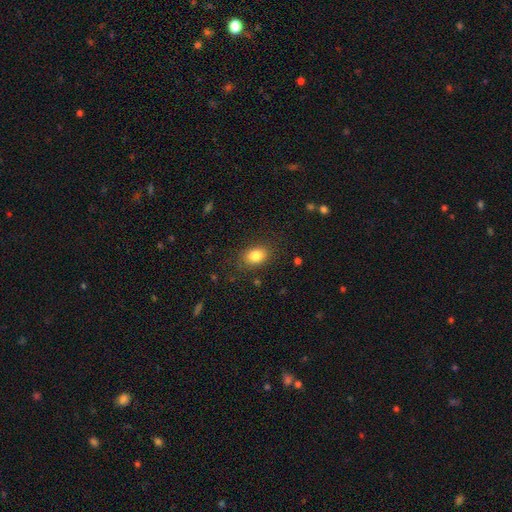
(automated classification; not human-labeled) smooth-or-featured: smooth: 84% | star or artifact: 9% | featured or disk: 7%
  how-rounded: in between: 73% | round: 26% | cigar-shaped: 1%
  merging: none: 82% | minor disturbance: 13% | major disturbance: 4% | merger: 1%